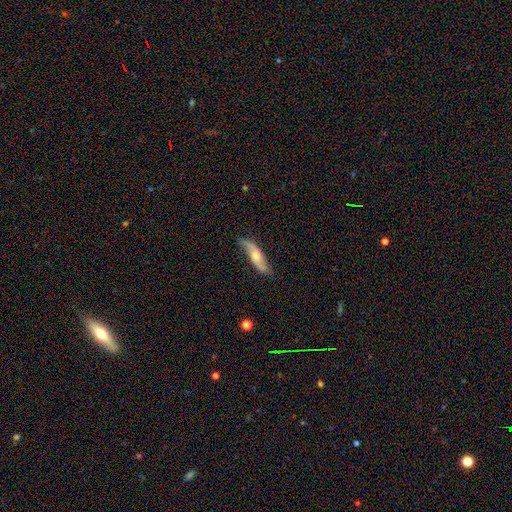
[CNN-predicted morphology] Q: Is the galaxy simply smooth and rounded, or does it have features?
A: featured or disk — 67%.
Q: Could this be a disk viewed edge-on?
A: no — 70%.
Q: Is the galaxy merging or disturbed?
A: none — 72%.